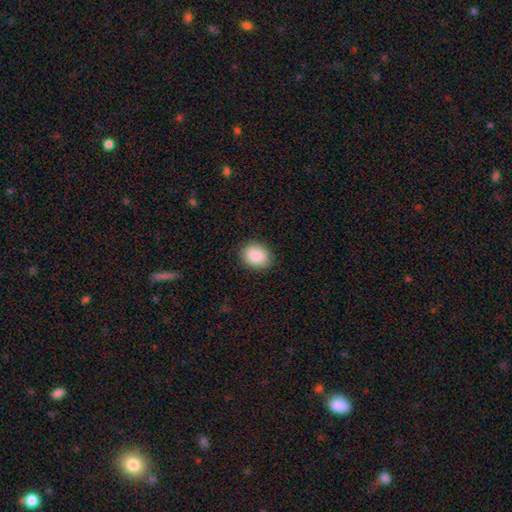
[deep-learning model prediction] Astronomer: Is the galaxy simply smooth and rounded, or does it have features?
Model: smooth — 89%.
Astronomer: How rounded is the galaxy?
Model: in between — 57% (runner-up: round, 42%).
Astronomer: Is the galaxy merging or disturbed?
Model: none — 86%.